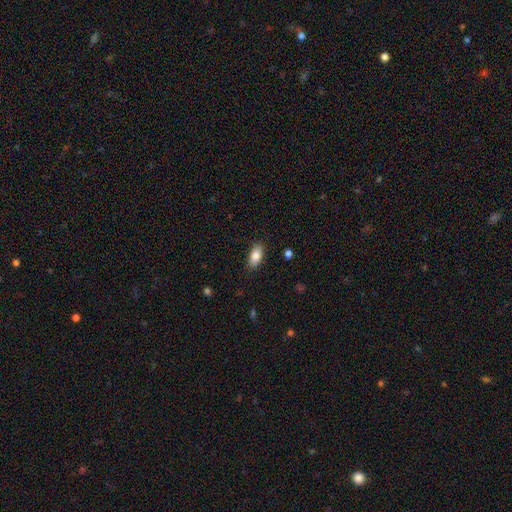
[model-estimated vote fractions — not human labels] Morphology: type=smooth (85%); roundness=in between (89%); merging=none (86%).